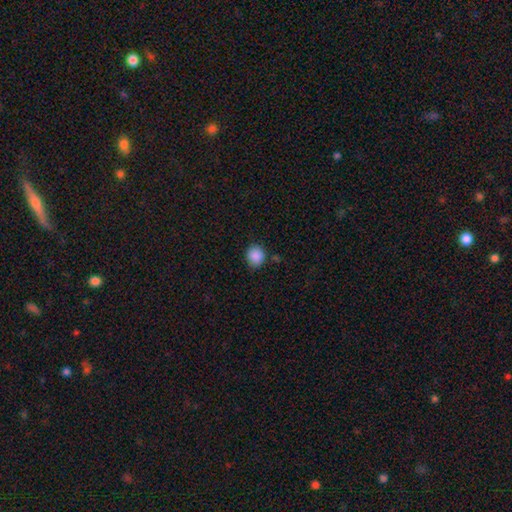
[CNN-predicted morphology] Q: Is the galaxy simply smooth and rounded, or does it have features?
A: smooth — 88%.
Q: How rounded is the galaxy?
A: round — 80%.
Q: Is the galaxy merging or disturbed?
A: none — 81%.